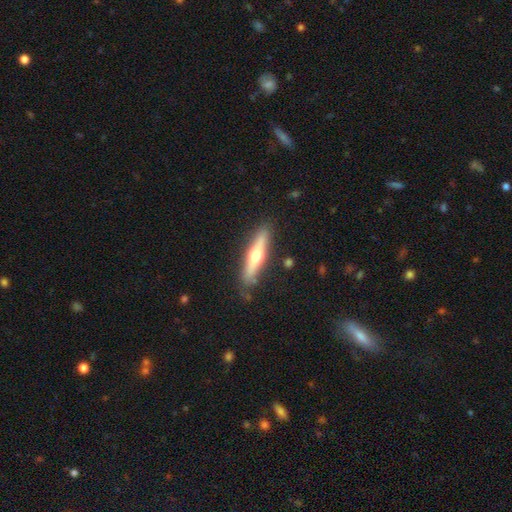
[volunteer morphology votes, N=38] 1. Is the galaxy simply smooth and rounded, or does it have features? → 50% featured or disk, 42% smooth, 8% star or artifact.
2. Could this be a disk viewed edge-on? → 100% yes, 0% no.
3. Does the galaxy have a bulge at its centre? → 95% rounded, 5% boxy, 0% none.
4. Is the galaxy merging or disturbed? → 83% none, 11% minor disturbance, 3% major disturbance, 3% merger.